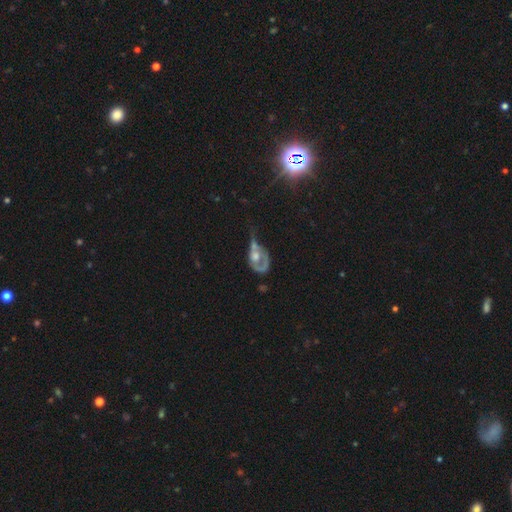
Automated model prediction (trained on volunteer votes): featured or disk 64%, smooth 25%, star or artifact 11%. Down the decision tree: edge-on disk — no (93%); bar — no (84%); spiral arms — no (52%); bulge size — moderate (56%); merging — major disturbance (42%).